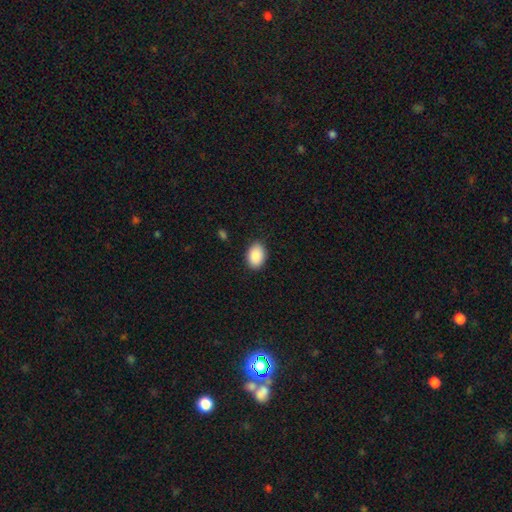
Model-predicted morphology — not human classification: Q: Smooth or featured?
A: smooth (90%); runner-up: star or artifact (7%)
Q: How rounded?
A: in between (83%); runner-up: round (16%)
Q: Merging?
A: none (88%); runner-up: minor disturbance (9%)